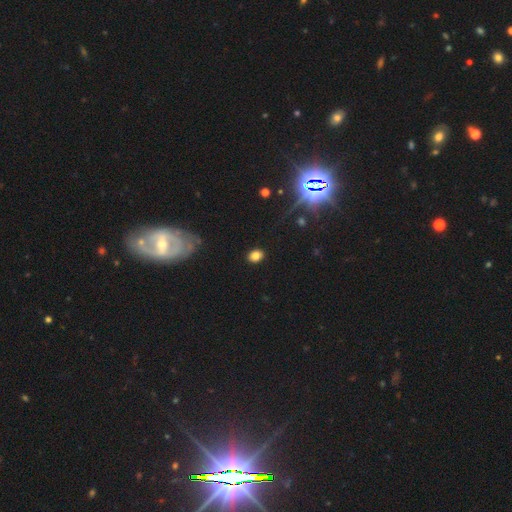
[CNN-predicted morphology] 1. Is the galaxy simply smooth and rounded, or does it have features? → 81% smooth, 13% star or artifact, 6% featured or disk.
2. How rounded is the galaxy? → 54% in between, 45% round, 1% cigar-shaped.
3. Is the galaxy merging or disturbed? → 88% none, 8% minor disturbance, 2% major disturbance, 1% merger.